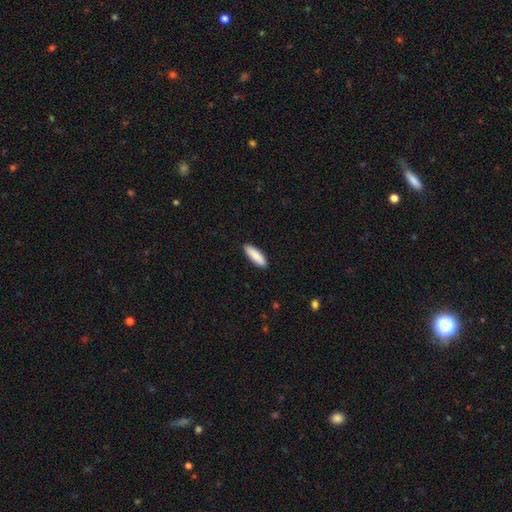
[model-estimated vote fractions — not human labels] Morphology: type=smooth (89%); roundness=cigar-shaped (55%); merging=none (90%).